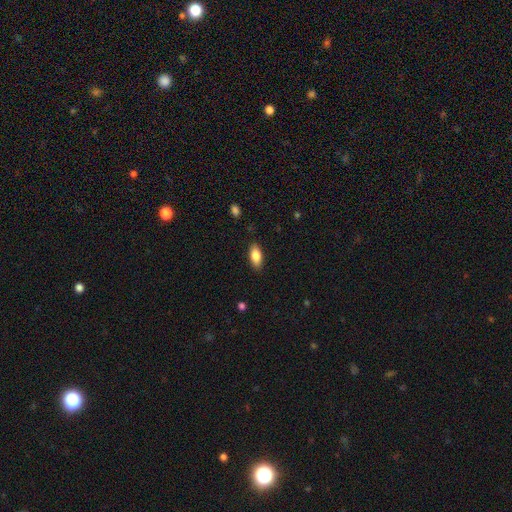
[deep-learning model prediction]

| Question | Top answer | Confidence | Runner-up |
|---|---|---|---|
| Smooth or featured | smooth | 83% | featured or disk (10%) |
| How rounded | in between | 86% | cigar-shaped (11%) |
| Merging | none | 87% | minor disturbance (10%) |